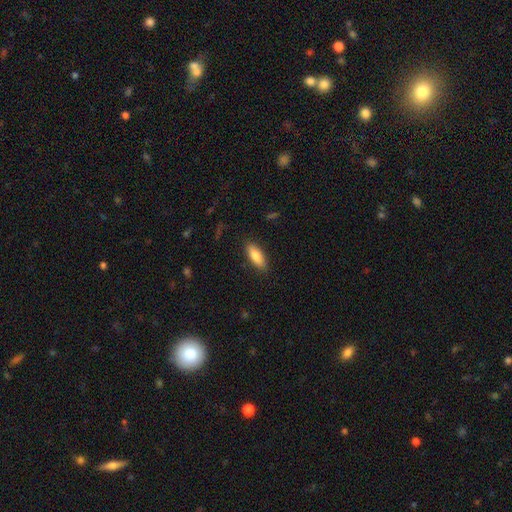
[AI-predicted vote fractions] Smooth or featured: smooth — 81% (featured or disk — 13%)
How rounded: in between — 65% (cigar-shaped — 33%)
Merging: none — 87% (minor disturbance — 10%)